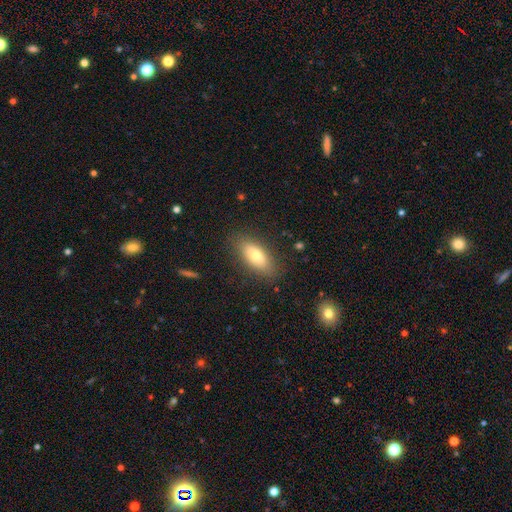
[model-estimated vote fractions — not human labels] smooth_or_featured: smooth (p=0.73) [alt: featured or disk p=0.19]
how_rounded: in between (p=0.78) [alt: cigar-shaped p=0.19]
merging: none (p=0.85) [alt: minor disturbance p=0.11]